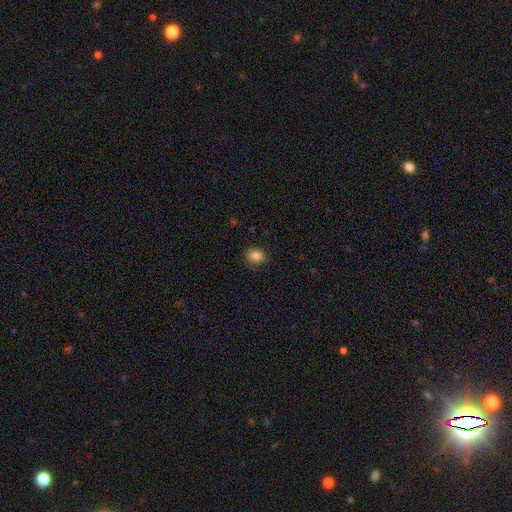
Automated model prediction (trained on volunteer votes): A smooth galaxy with no disk features (85%) that is in between round and cigar-shaped (54%).

Vote fractions:
- Smooth or featured? smooth: 85% / star or artifact: 10% / featured or disk: 5%
- How rounded? in between: 54% / round: 45% / cigar-shaped: 1%
- Merging? none: 85% / minor disturbance: 11% / major disturbance: 2% / merger: 1%